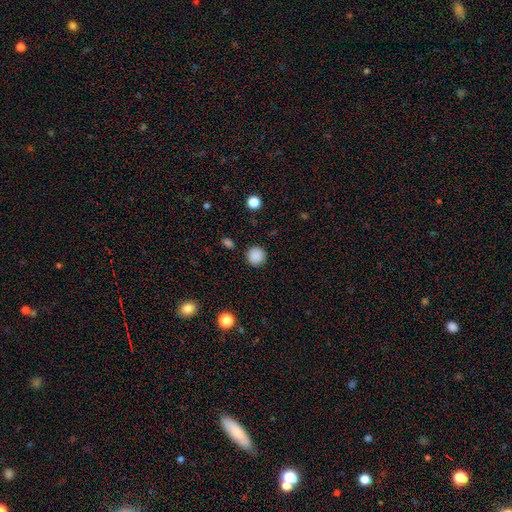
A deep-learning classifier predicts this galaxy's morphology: The model was most divided on "smooth or featured": smooth: 87%, star or artifact: 10%, featured or disk: 3%. More confident: how rounded — round (94%); merging — none (89%).